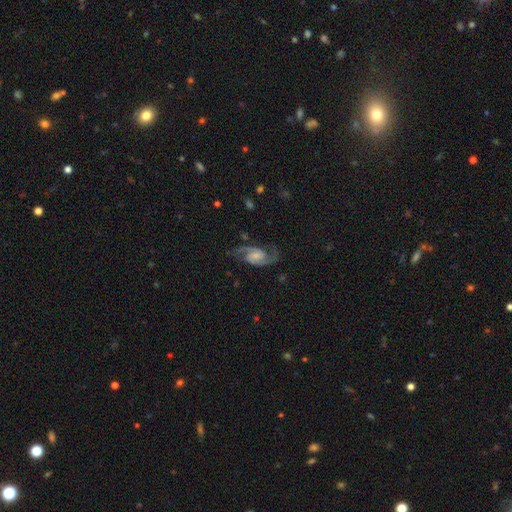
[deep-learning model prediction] Smooth or featured: featured or disk — 89% (smooth — 6%)
Edge-on disk: no — 98% (yes — 2%)
Bar: weak — 46% (no — 39%)
Spiral arms: yes — 98% (no — 2%)
Spiral winding: medium — 59% (loose — 23%)
Spiral arm count: 2 — 93% (can't tell — 2%)
Bulge size: small — 45% (moderate — 27%)
Merging: none — 77% (minor disturbance — 14%)